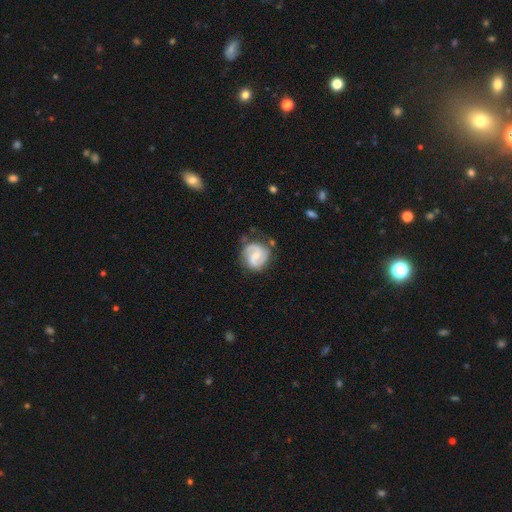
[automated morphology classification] Smooth or featured?
  - featured or disk: 78% *
  - smooth: 16%
  - star or artifact: 5%
Edge-on disk?
  - no: 98% *
  - yes: 2%
Bar?
  - weak: 48% *
  - no: 41%
  - strong: 11%
Spiral arms?
  - yes: 95% *
  - no: 5%
Spiral winding?
  - medium: 49% *
  - tight: 32%
  - loose: 18%
Spiral arm count?
  - 2: 86% *
  - can't tell: 6%
  - 3: 3%
  - 1: 3%
  - 4: 1%
  - more than 4: 1%
Bulge size?
  - small: 50% *
  - moderate: 40%
  - none: 6%
  - large: 2%
  - dominant: 1%
Merging?
  - none: 68% *
  - minor disturbance: 21%
  - major disturbance: 7%
  - merger: 3%